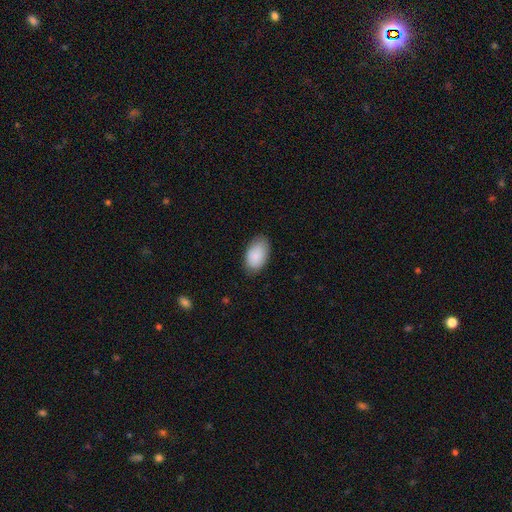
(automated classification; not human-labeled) This is clearly a smooth galaxy (88%). How rounded: clearly in between (94%). Merging: likely none (79%).